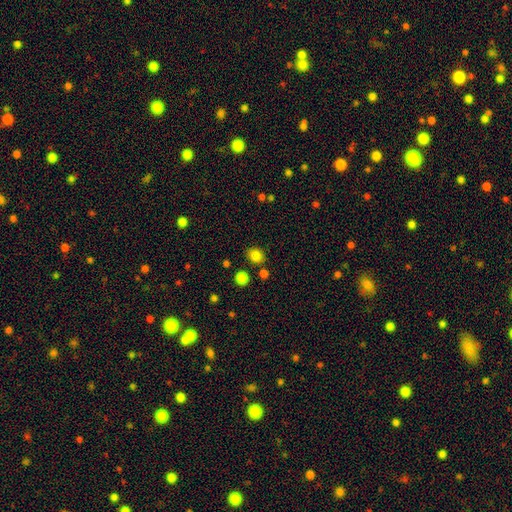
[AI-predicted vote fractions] Smooth or featured?
  - smooth: 82% *
  - star or artifact: 12%
  - featured or disk: 5%
How rounded?
  - round: 72% *
  - in between: 28%
  - cigar-shaped: 1%
Merging?
  - none: 82% *
  - minor disturbance: 9%
  - merger: 6%
  - major disturbance: 3%